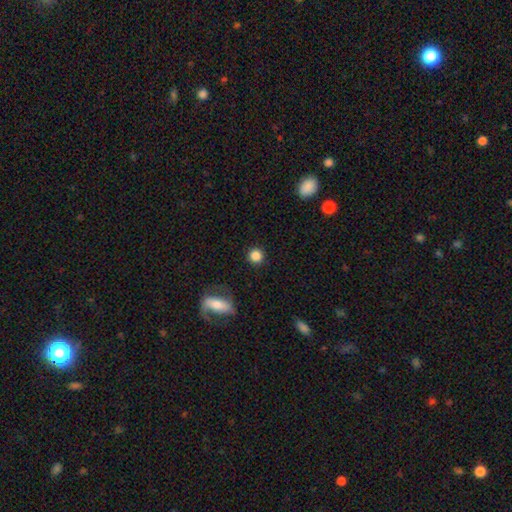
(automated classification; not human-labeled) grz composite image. It shows a smooth galaxy with no disk features (85%) that is round (94%). Merging: none (91%).